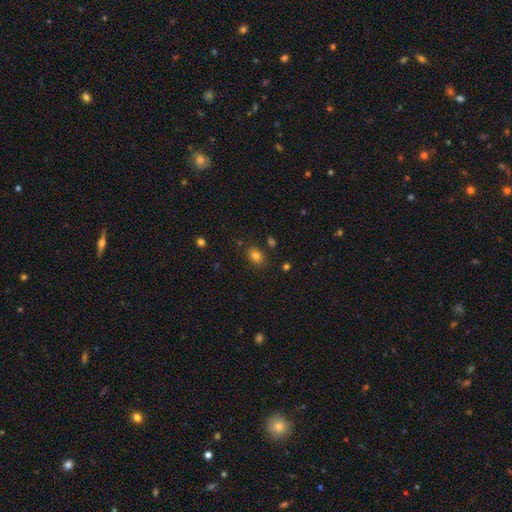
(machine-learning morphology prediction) A smooth galaxy with no disk features (79%) that is in between round and cigar-shaped (62%).

Vote fractions:
- Smooth or featured? smooth: 79% / star or artifact: 13% / featured or disk: 7%
- How rounded? in between: 62% / round: 37% / cigar-shaped: 1%
- Merging? none: 83% / minor disturbance: 11% / merger: 4% / major disturbance: 3%